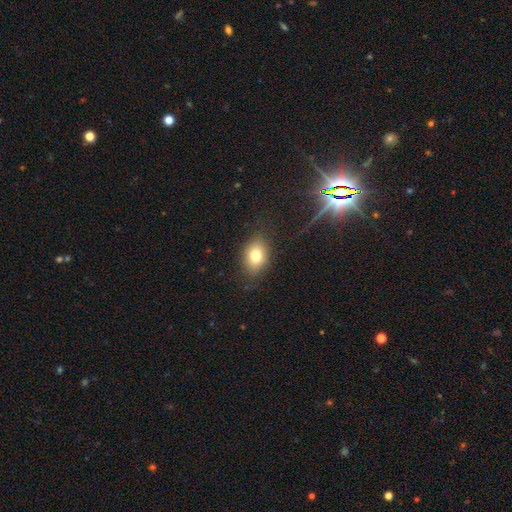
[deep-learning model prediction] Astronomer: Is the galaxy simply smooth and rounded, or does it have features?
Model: smooth — 76%.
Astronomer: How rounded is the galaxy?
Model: in between — 73%.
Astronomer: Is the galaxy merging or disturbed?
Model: none — 82%.